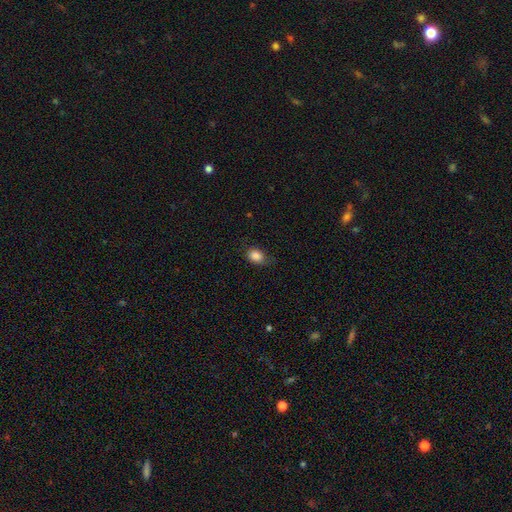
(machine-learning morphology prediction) Smooth or featured? Predicted: smooth (p=0.86). How rounded? Predicted: in between (p=0.57). Merging? Predicted: none (p=0.63).